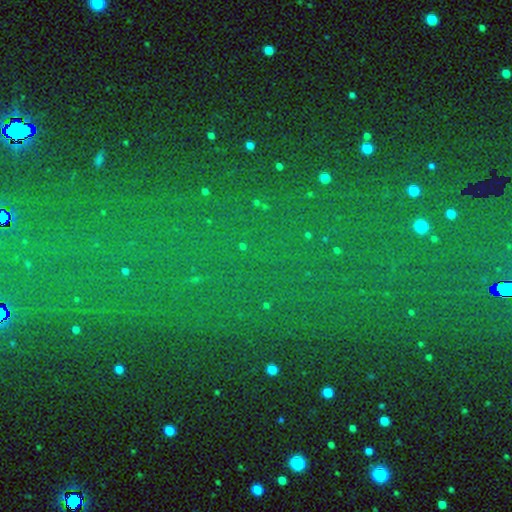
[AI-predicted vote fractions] A star or artifact, not a galaxy (81%).

Vote fractions:
- Smooth or featured? star or artifact: 81% / smooth: 11% / featured or disk: 9%